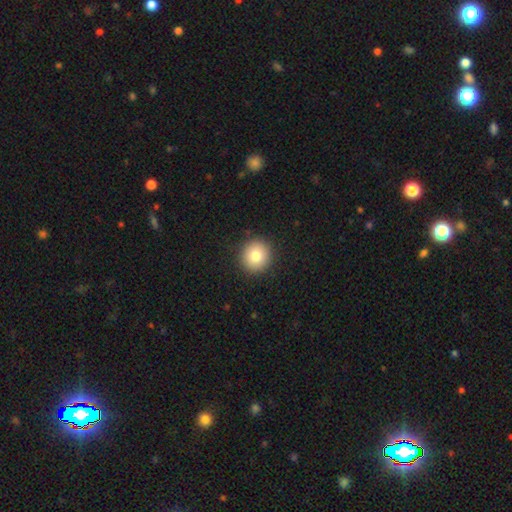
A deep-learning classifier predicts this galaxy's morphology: type=smooth (81%); roundness=round (92%); merging=none (92%).